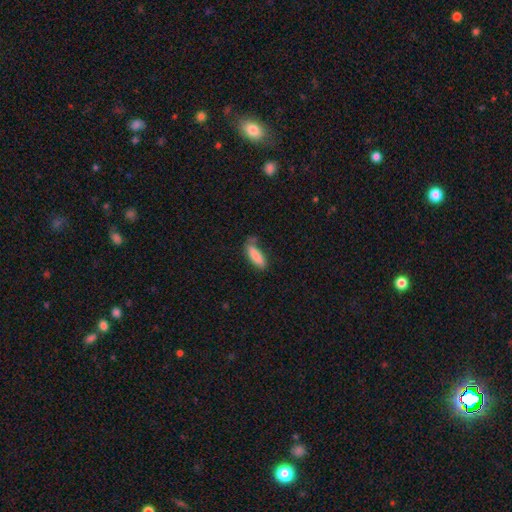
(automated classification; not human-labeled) Overall: smooth (86%). How rounded: in between (53%; cigar-shaped 46%). Merging: none (59%; minor disturbance 28%).